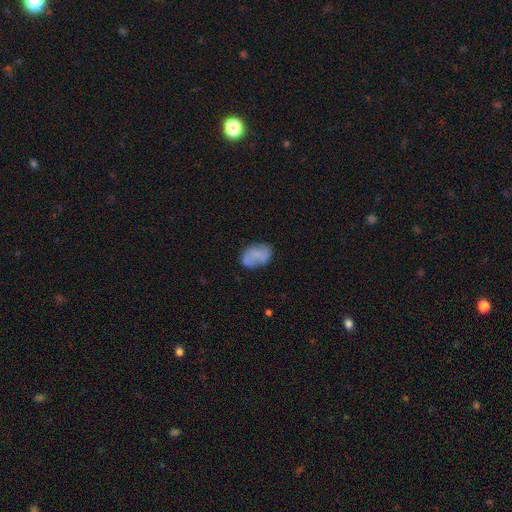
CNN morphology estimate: smooth_or_featured: smooth (p=0.56) [alt: featured or disk p=0.35]
how_rounded: in between (p=0.83) [alt: round p=0.16]
merging: none (p=0.62) [alt: minor disturbance p=0.24]